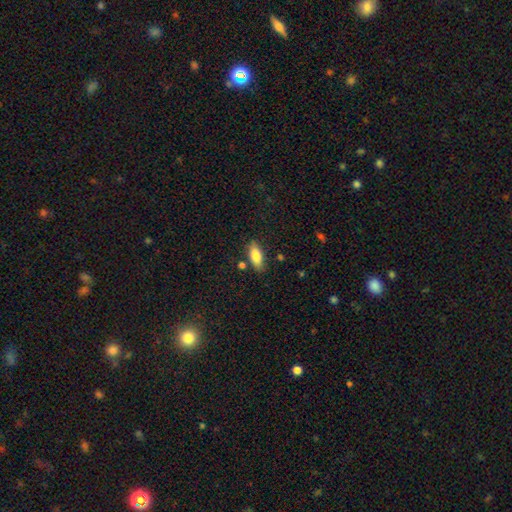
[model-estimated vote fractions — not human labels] Q: Smooth or featured?
A: smooth (82%); runner-up: featured or disk (12%)
Q: How rounded?
A: in between (79%); runner-up: cigar-shaped (19%)
Q: Merging?
A: none (81%); runner-up: minor disturbance (13%)